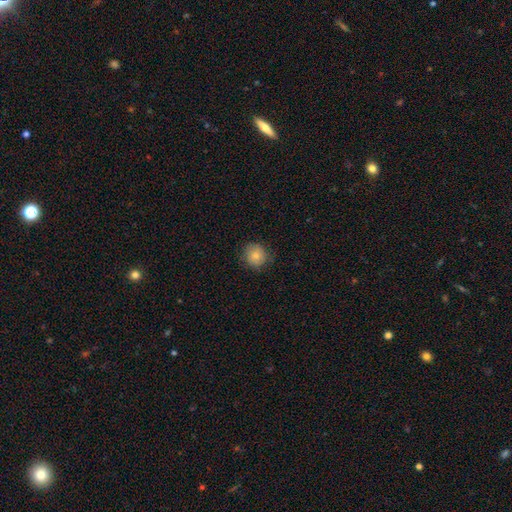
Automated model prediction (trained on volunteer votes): smooth-or-featured: smooth: 79% | featured or disk: 12% | star or artifact: 9%
  how-rounded: round: 90% | in between: 9% | cigar-shaped: 1%
  merging: none: 81% | minor disturbance: 15% | major disturbance: 4% | merger: 1%